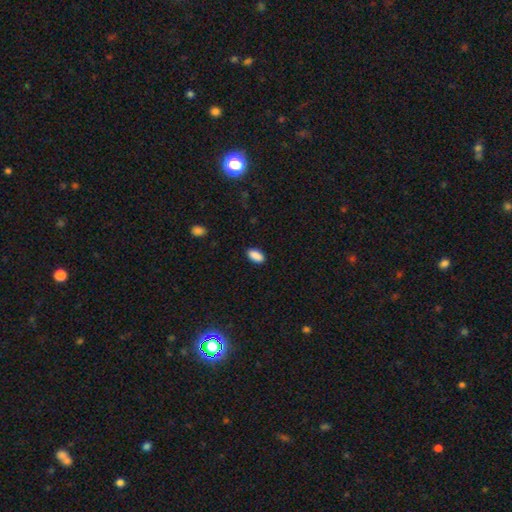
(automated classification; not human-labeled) Morphology: type=smooth (90%); roundness=in between (93%); merging=none (88%).